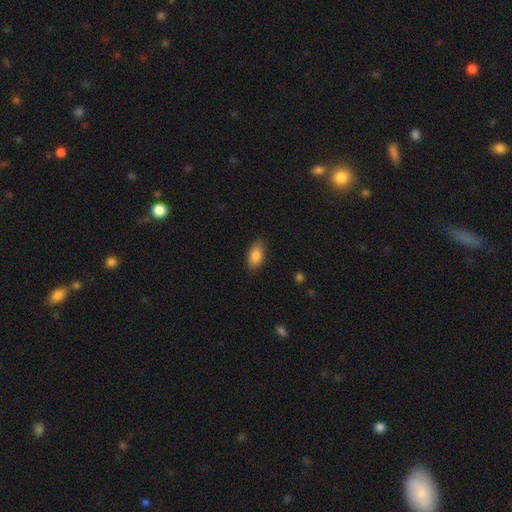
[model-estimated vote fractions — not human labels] smooth-or-featured: smooth: 86% | featured or disk: 7% | star or artifact: 7%
  how-rounded: in between: 92% | round: 5% | cigar-shaped: 4%
  merging: none: 85% | minor disturbance: 12% | major disturbance: 3% | merger: 1%